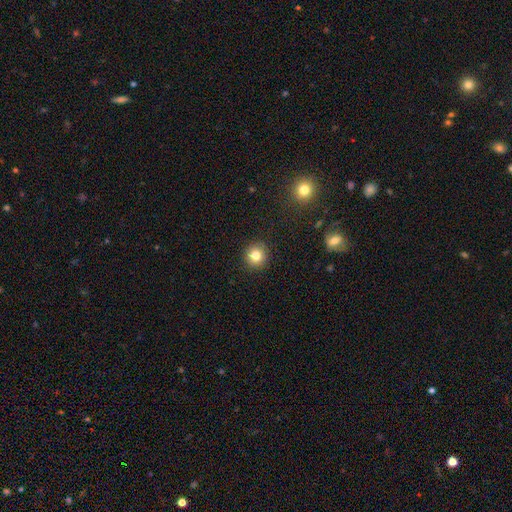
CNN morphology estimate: smooth-or-featured: smooth: 82% | star or artifact: 11% | featured or disk: 7%
  how-rounded: round: 92% | in between: 7% | cigar-shaped: 1%
  merging: none: 92% | minor disturbance: 5% | major disturbance: 2% | merger: 1%